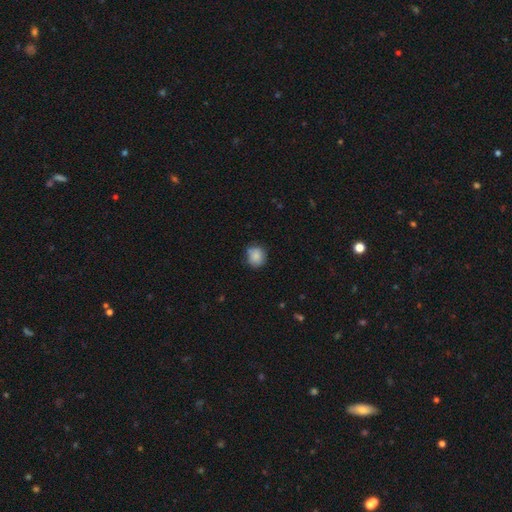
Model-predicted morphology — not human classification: Smooth or featured? smooth (83%)
How rounded? round (83%)
Merging? none (72%)